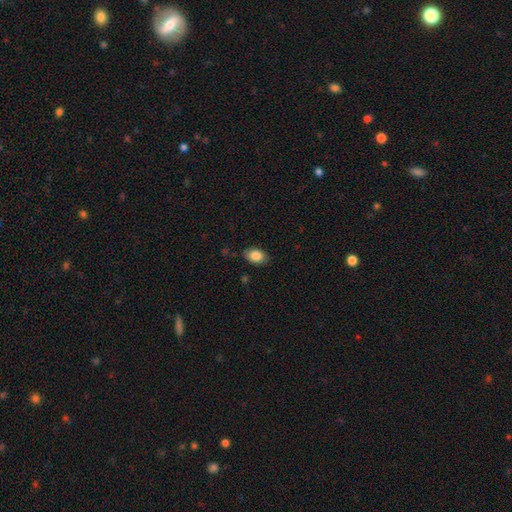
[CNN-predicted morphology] Smooth or featured: smooth — 86% (star or artifact — 7%)
How rounded: in between — 86% (round — 12%)
Merging: none — 82% (minor disturbance — 13%)